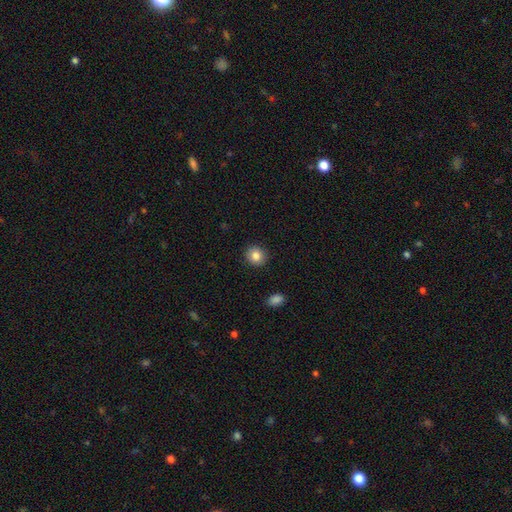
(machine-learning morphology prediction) type=smooth (85%); roundness=round (83%); merging=none (91%).